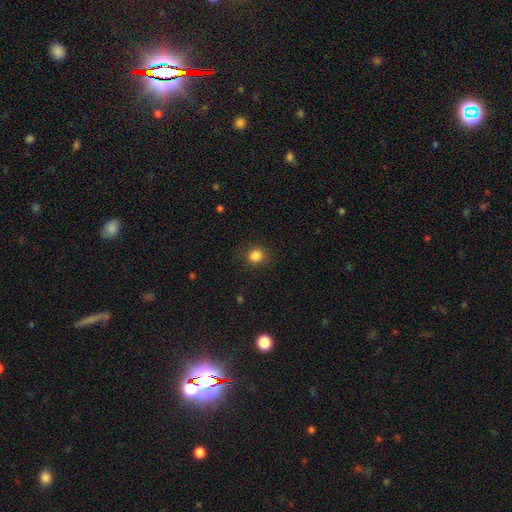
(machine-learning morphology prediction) smooth-or-featured: smooth: 85% | star or artifact: 11% | featured or disk: 4%
  how-rounded: round: 86% | in between: 13% | cigar-shaped: 1%
  merging: none: 89% | minor disturbance: 7% | major disturbance: 3% | merger: 1%